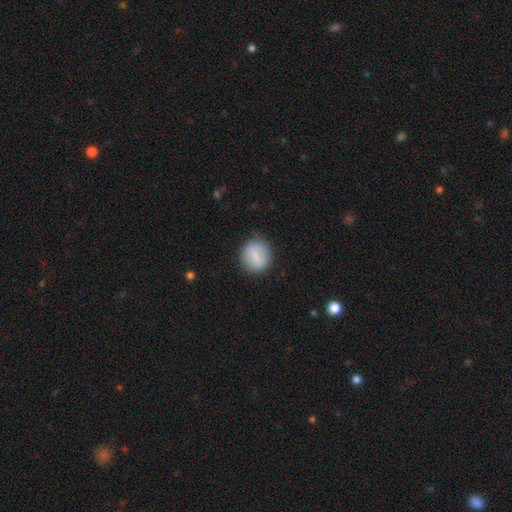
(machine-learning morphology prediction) smooth_or_featured: smooth (p=0.76) [alt: featured or disk p=0.17]
how_rounded: round (p=0.81) [alt: in between p=0.18]
merging: none (p=0.82) [alt: minor disturbance p=0.13]